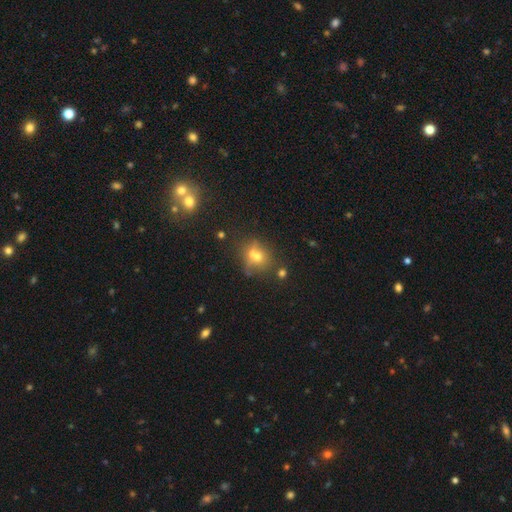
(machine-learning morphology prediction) The model was most divided on "merging": merger: 43%, none: 40%, minor disturbance: 11%, major disturbance: 6%. More confident: how rounded — round (69%); smooth or featured — smooth (58%).